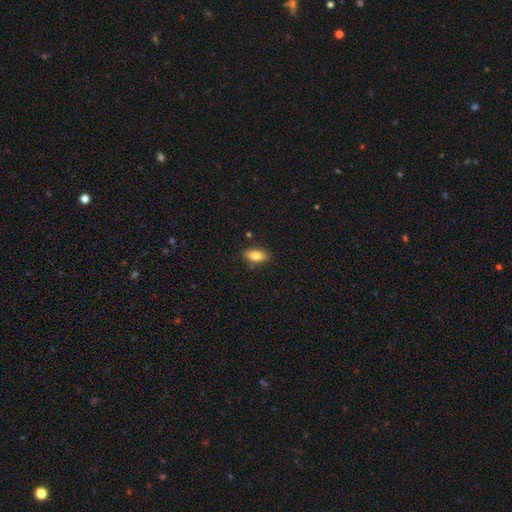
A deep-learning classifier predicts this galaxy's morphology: Smooth or featured? smooth (82%)
How rounded? in between (89%)
Merging? none (85%)